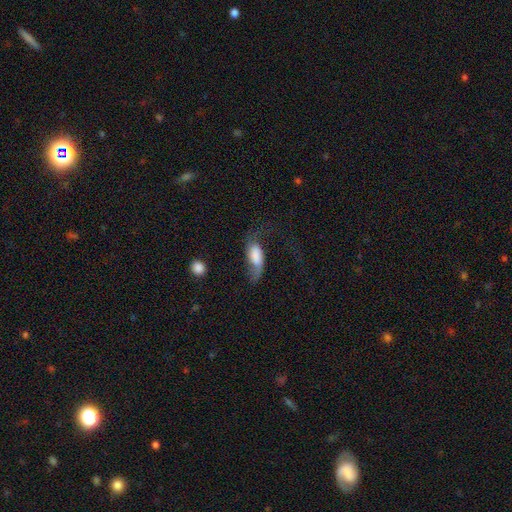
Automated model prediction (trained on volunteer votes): smooth 52%, featured or disk 40%, star or artifact 8%. Down the decision tree: how rounded — in between (83%); merging — major disturbance (43%).